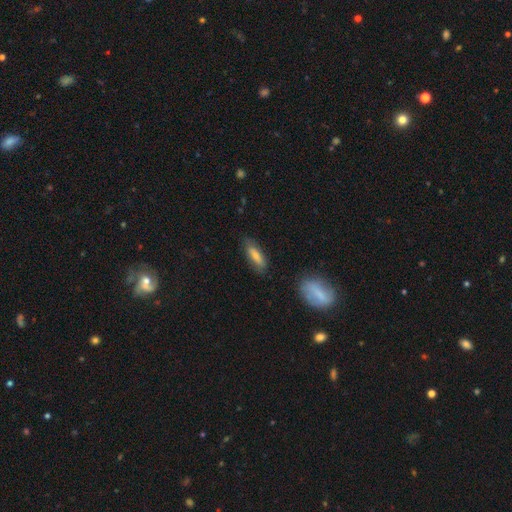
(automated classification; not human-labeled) Q: Smooth or featured?
A: smooth (72%); runner-up: featured or disk (22%)
Q: How rounded?
A: in between (51%); runner-up: cigar-shaped (47%)
Q: Merging?
A: none (78%); runner-up: minor disturbance (16%)